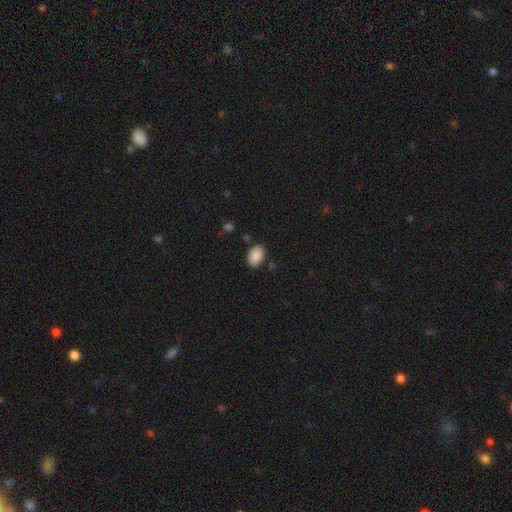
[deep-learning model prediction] This appears to be a smooth galaxy with no disk features (89%) that is in between round and cigar-shaped (85%). Merging: none (81%).